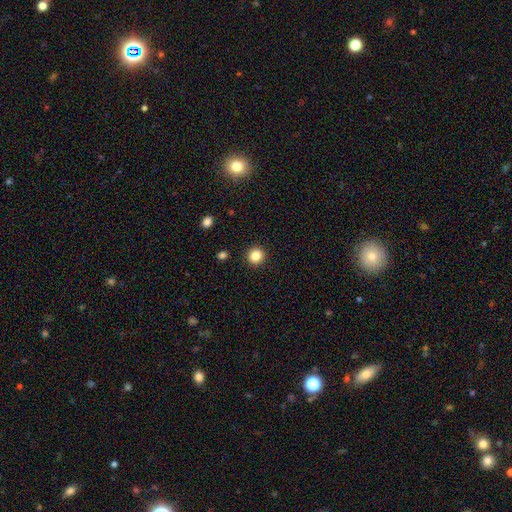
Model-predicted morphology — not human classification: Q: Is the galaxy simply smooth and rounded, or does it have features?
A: smooth — 85%.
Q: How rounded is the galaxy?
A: round — 92%.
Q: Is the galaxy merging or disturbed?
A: none — 92%.